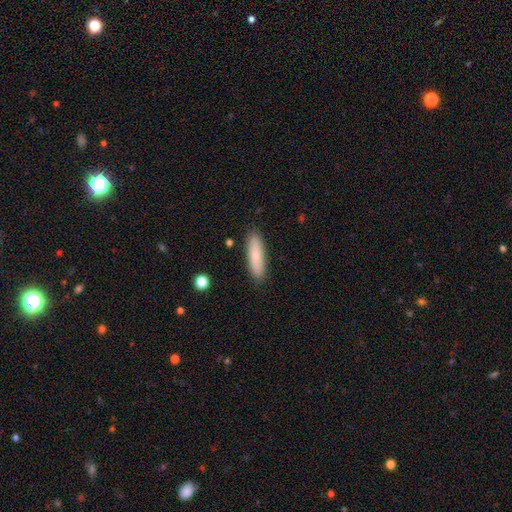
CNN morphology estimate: smooth 75%, featured or disk 19%, star or artifact 6%. Down the decision tree: how rounded — cigar-shaped (63%); merging — none (88%).